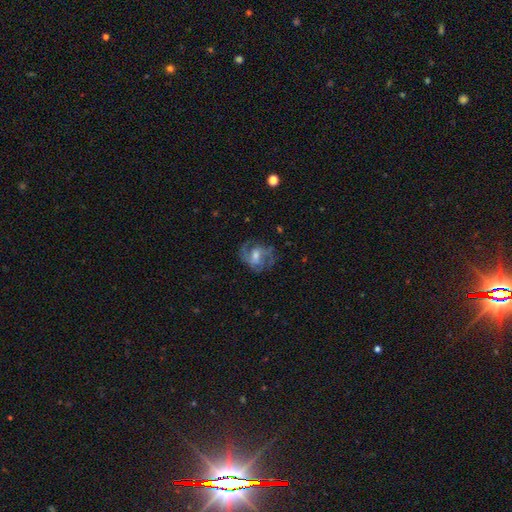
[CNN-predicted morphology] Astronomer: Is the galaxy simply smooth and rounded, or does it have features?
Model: featured or disk — 77%.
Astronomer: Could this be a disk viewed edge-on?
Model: no — 97%.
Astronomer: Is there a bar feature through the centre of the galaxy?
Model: weak — 49% (runner-up: no, 35%).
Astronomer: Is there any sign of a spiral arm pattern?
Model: yes — 88%.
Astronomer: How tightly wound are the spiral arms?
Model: medium — 50%.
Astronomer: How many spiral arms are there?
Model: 2 — 53%.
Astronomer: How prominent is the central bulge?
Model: moderate — 55% (runner-up: small, 31%).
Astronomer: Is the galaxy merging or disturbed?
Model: none — 62%.